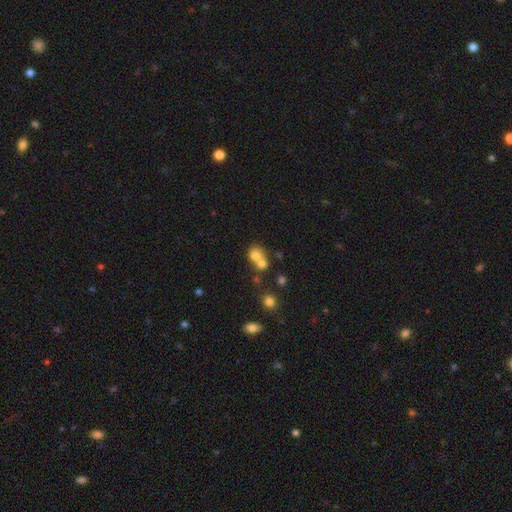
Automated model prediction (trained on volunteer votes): Overall: smooth (72%). How rounded: round (76%). Merging: merger (59%; none 31%).